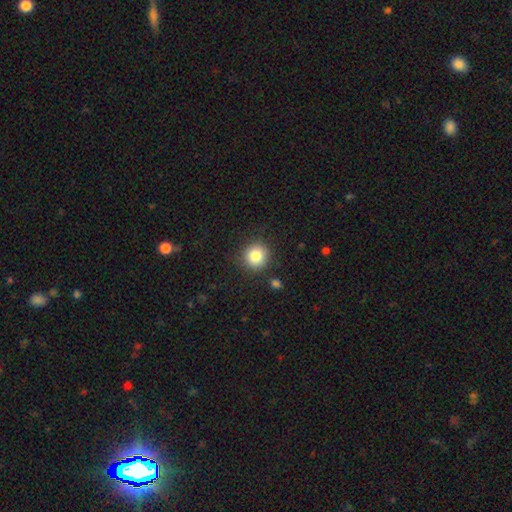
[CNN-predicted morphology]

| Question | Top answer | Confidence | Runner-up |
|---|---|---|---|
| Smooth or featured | smooth | 84% | star or artifact (10%) |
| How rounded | round | 92% | in between (7%) |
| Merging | none | 87% | minor disturbance (8%) |